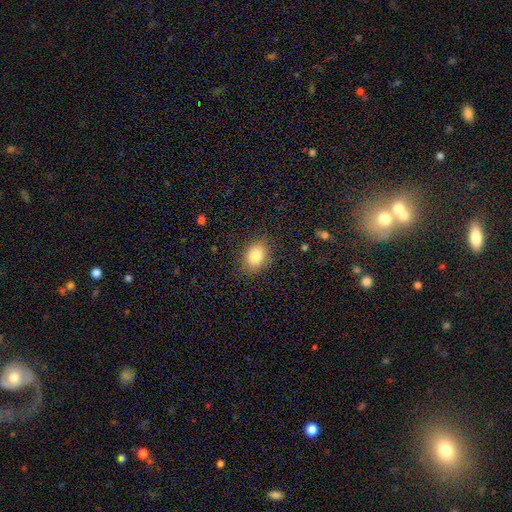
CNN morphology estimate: type=smooth (83%); roundness=in between (67%); merging=none (84%).